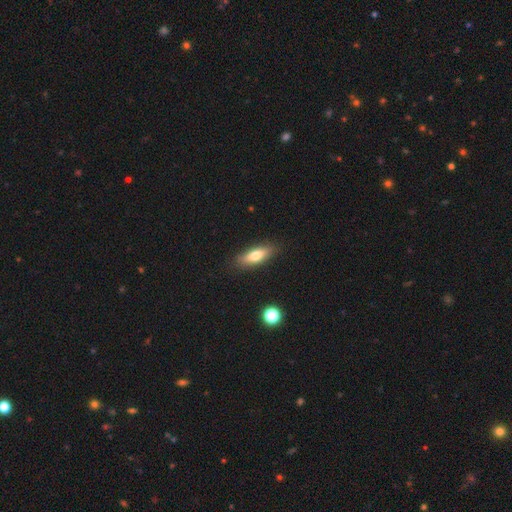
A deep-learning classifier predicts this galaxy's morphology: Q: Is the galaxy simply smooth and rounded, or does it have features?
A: smooth — 68%.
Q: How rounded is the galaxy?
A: in between — 53%.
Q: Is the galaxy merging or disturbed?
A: none — 86%.